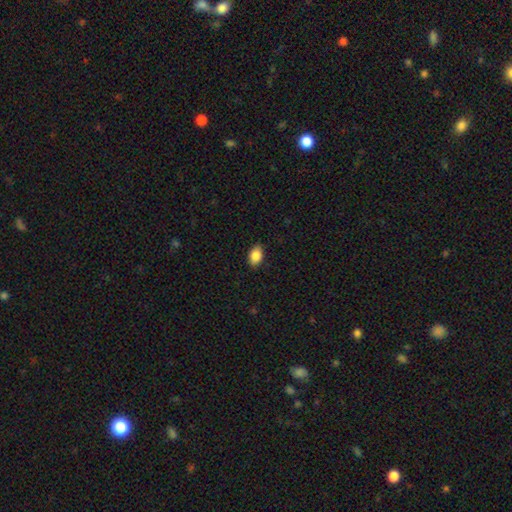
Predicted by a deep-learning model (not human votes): smooth_or_featured: smooth (p=0.86) [alt: star or artifact p=0.08]
how_rounded: in between (p=0.86) [alt: round p=0.12]
merging: none (p=0.87) [alt: minor disturbance p=0.10]